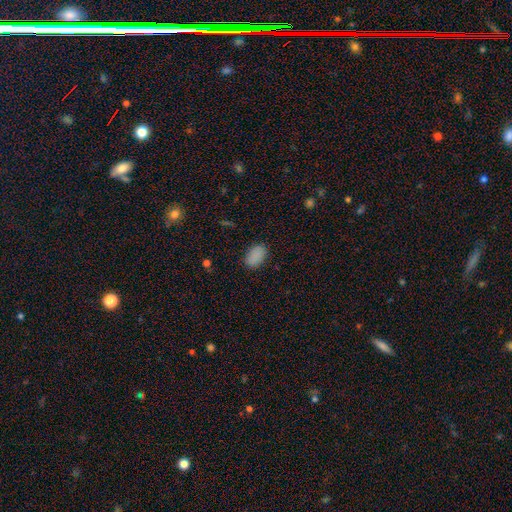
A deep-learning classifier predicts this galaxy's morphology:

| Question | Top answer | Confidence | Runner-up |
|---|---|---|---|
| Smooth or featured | smooth | 88% | star or artifact (9%) |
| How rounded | in between | 90% | round (9%) |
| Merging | none | 86% | minor disturbance (10%) |